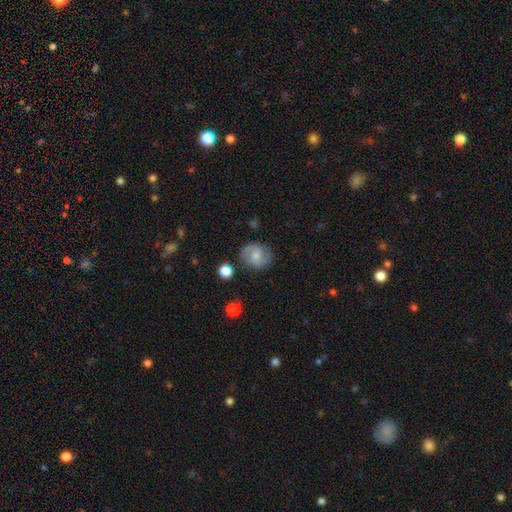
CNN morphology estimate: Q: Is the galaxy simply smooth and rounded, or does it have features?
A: smooth — 49%.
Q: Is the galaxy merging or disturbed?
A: none — 79%.